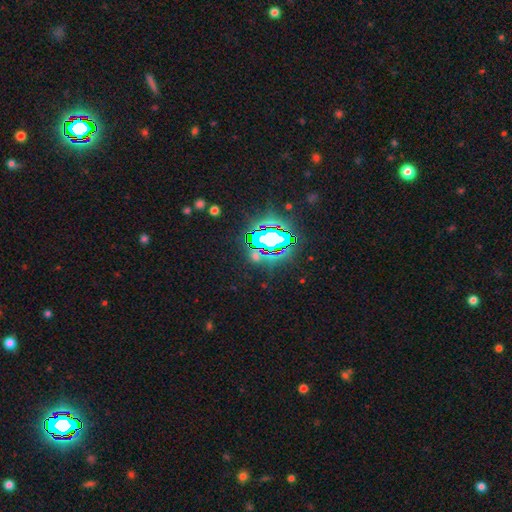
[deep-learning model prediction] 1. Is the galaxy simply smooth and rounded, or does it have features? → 67% star or artifact, 22% smooth, 11% featured or disk.